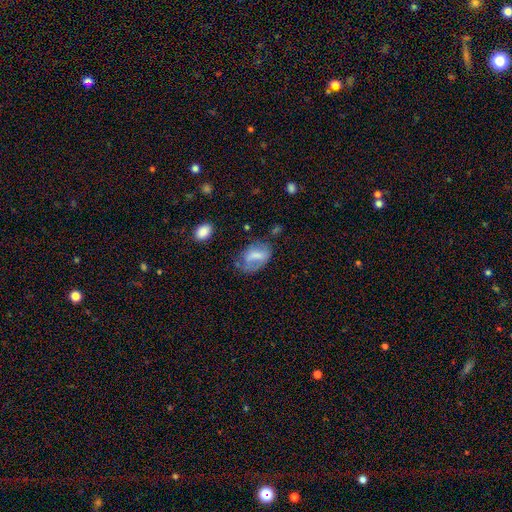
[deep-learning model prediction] Morphology: type=smooth (56%); roundness=in between (82%); merging=none (41%).